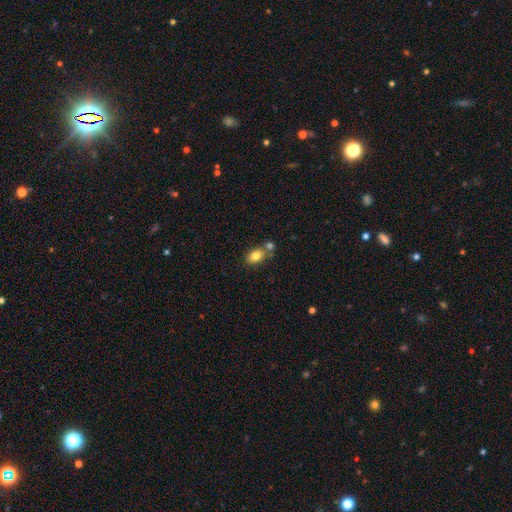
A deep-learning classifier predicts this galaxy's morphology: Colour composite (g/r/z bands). It shows a smooth galaxy with no disk features (80%) that is in between round and cigar-shaped (83%). Merging: none (52%).